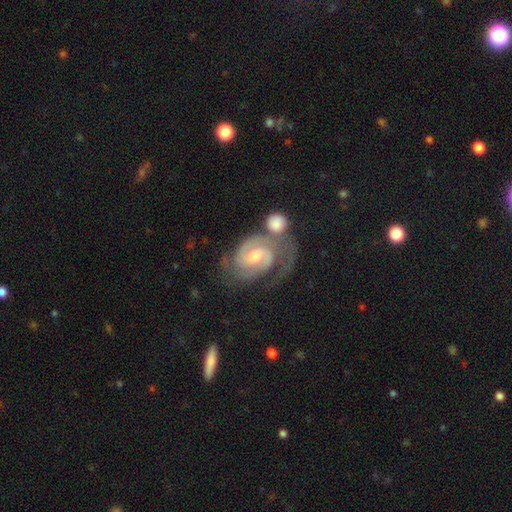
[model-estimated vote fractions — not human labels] Morphology: type=featured or disk (87%); edge-on=no (97%); bar=weak (49%); spiral arms=yes (98%); winding=tight (55%); arm count=2 (79%); bulge=moderate (46%); merging=none (47%).